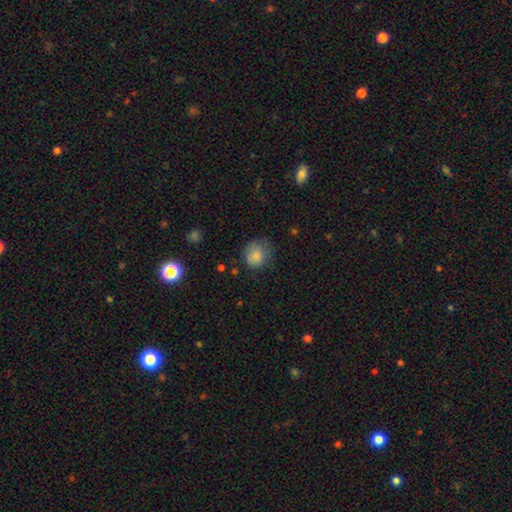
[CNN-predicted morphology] A smooth galaxy with no disk features (82%) that is round (82%). Merging: none (62%).